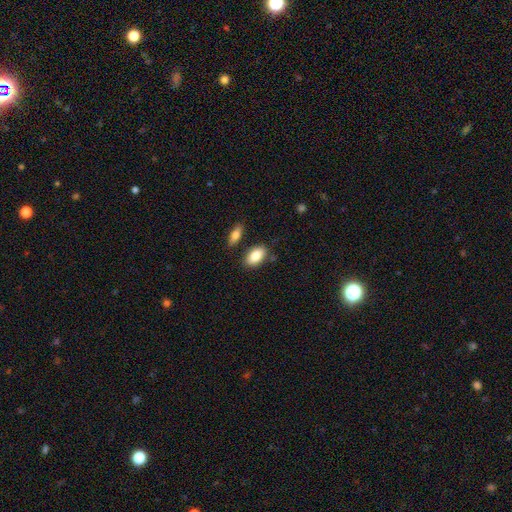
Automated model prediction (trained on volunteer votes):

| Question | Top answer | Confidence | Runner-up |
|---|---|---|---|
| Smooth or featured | smooth | 85% | featured or disk (8%) |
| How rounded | in between | 92% | round (5%) |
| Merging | none | 79% | minor disturbance (12%) |